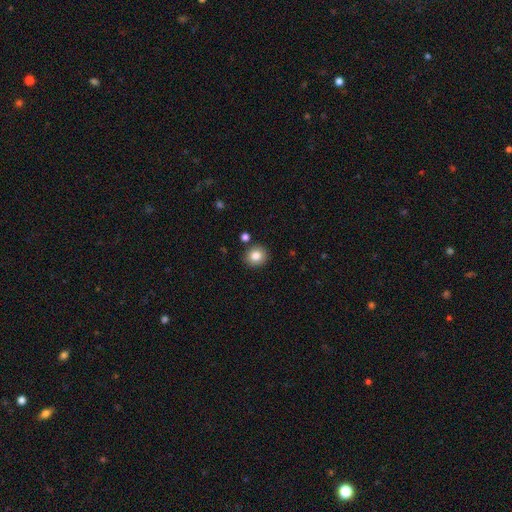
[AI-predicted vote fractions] Morphology: type=smooth (83%); roundness=round (85%); merging=none (87%).